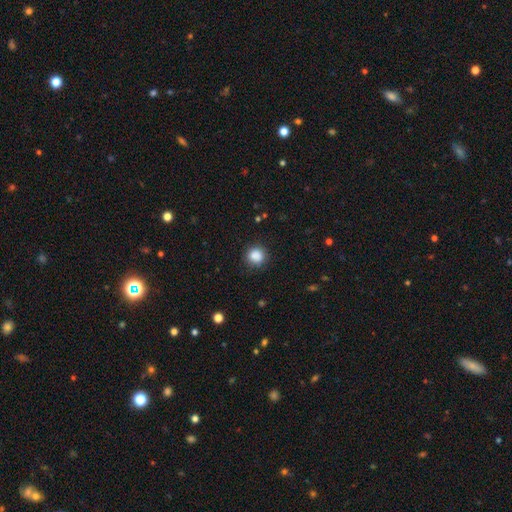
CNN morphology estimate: A smooth galaxy with no disk features (86%) that is round (89%). Merging: none (84%).